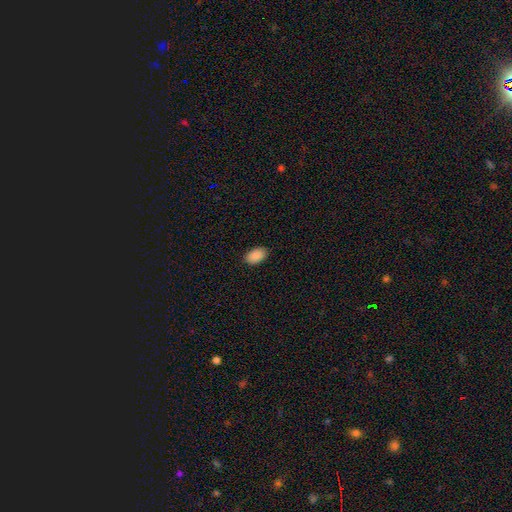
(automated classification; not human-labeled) Smooth or featured?
  - smooth: 90% *
  - star or artifact: 7%
  - featured or disk: 3%
How rounded?
  - in between: 92% *
  - round: 7%
  - cigar-shaped: 1%
Merging?
  - none: 88% *
  - minor disturbance: 9%
  - major disturbance: 2%
  - merger: 1%